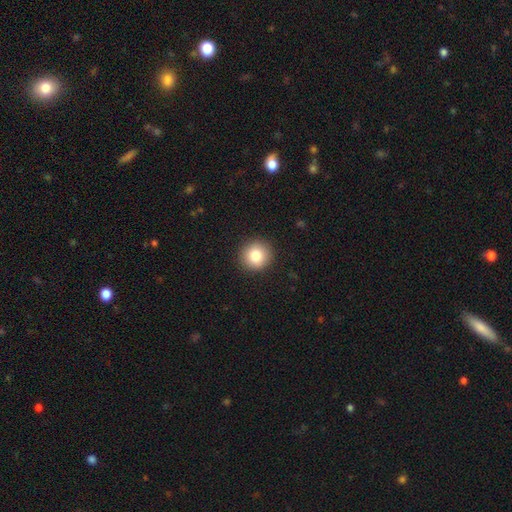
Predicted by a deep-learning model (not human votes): Smooth or featured? smooth (83%)
How rounded? round (93%)
Merging? none (92%)